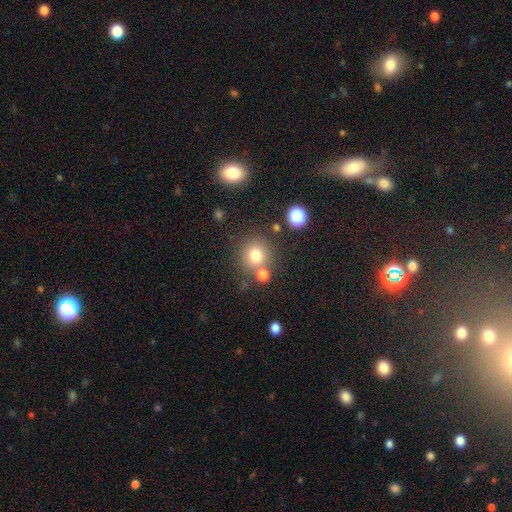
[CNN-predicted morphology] This is likely a smooth galaxy (77%). How rounded: clearly round (89%). Merging: likely none (69%).